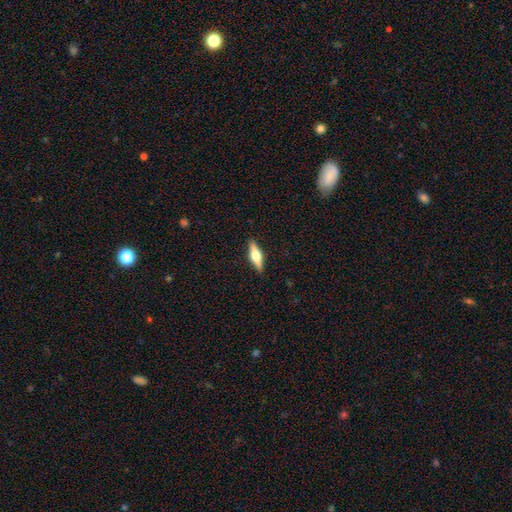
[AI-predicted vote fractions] Smooth or featured? Predicted: featured or disk (p=0.56). Edge-on disk? Predicted: yes (p=0.96). Edge-on bulge? Predicted: rounded (p=0.93). Merging? Predicted: none (p=0.90).